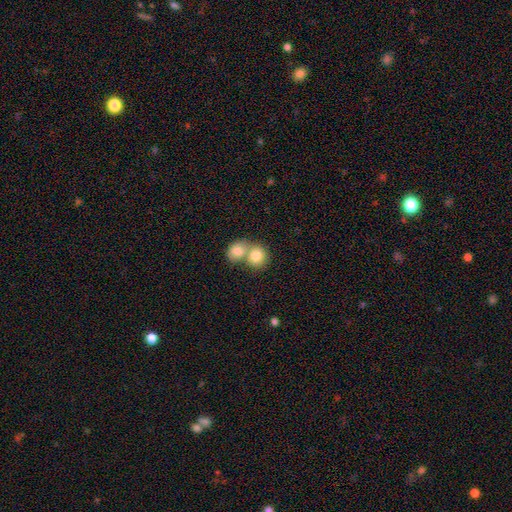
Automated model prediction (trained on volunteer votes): This appears to be a smooth galaxy with no disk features (81%) that is round (73%). Merging: merger (63%).